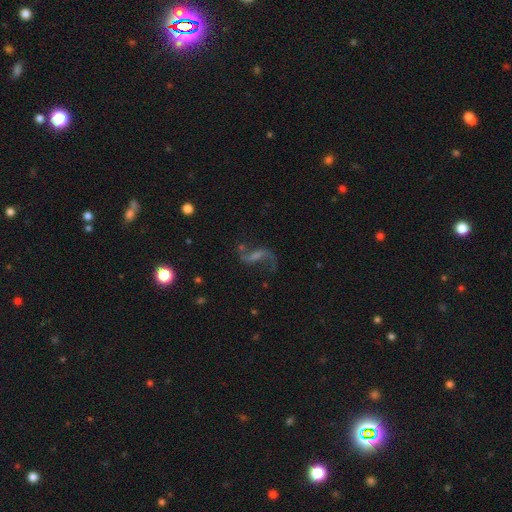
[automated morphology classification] Q: Smooth or featured?
A: featured or disk (80%); runner-up: star or artifact (11%)
Q: Edge-on disk?
A: no (96%); runner-up: yes (4%)
Q: Bar?
A: weak (45%); runner-up: strong (29%)
Q: Spiral arms?
A: yes (94%); runner-up: no (6%)
Q: Spiral winding?
A: loose (84%); runner-up: medium (13%)
Q: Spiral arm count?
A: 2 (90%); runner-up: 1 (5%)
Q: Bulge size?
A: none (43%); runner-up: small (34%)
Q: Merging?
A: none (68%); runner-up: minor disturbance (14%)